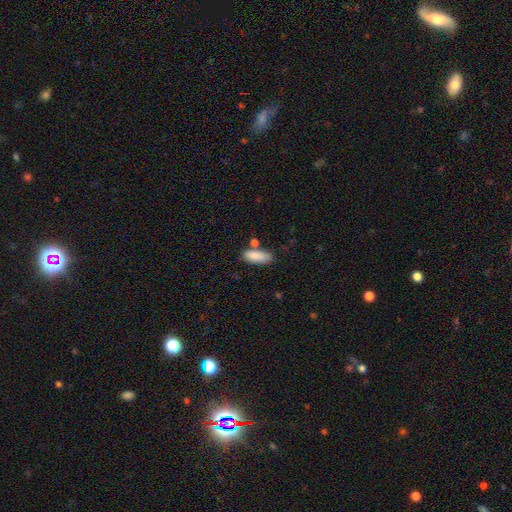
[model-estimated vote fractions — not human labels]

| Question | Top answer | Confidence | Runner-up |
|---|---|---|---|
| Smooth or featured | smooth | 86% | featured or disk (7%) |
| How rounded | in between | 77% | cigar-shaped (20%) |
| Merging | none | 65% | minor disturbance (17%) |